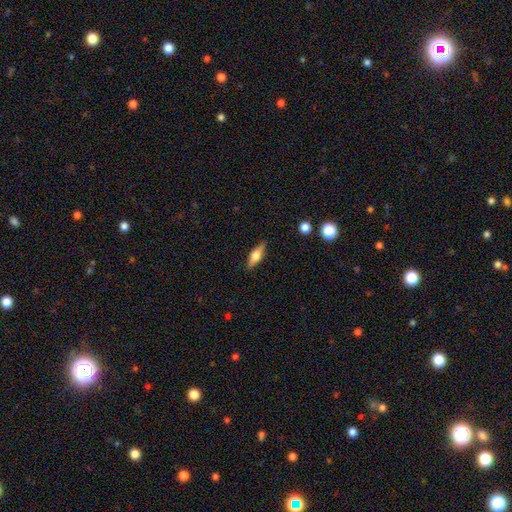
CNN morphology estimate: smooth-or-featured: smooth: 50% | featured or disk: 42% | star or artifact: 7%
  how-rounded: in between: 53% | cigar-shaped: 44% | round: 4%
  merging: none: 86% | minor disturbance: 10% | major disturbance: 2% | merger: 1%